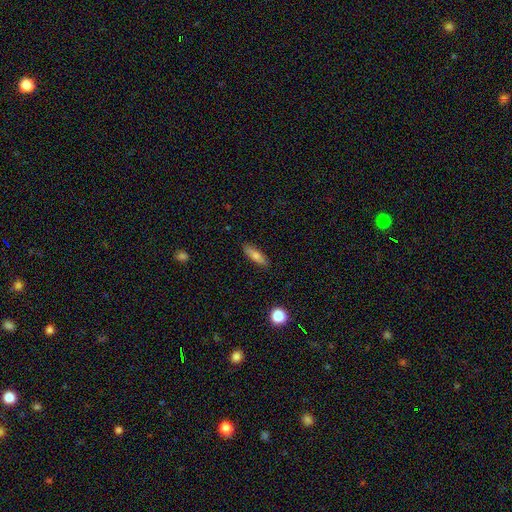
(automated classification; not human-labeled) Smooth or featured? Predicted: smooth (p=0.72). How rounded? Predicted: cigar-shaped (p=0.52). Merging? Predicted: none (p=0.87).